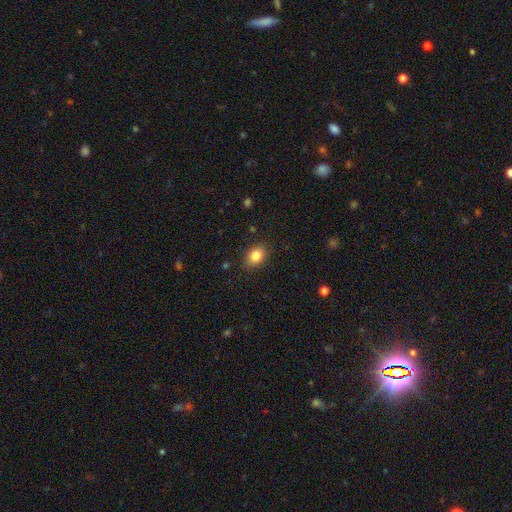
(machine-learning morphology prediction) Smooth or featured? Predicted: smooth (p=0.85). How rounded? Predicted: in between (p=0.67). Merging? Predicted: none (p=0.86).